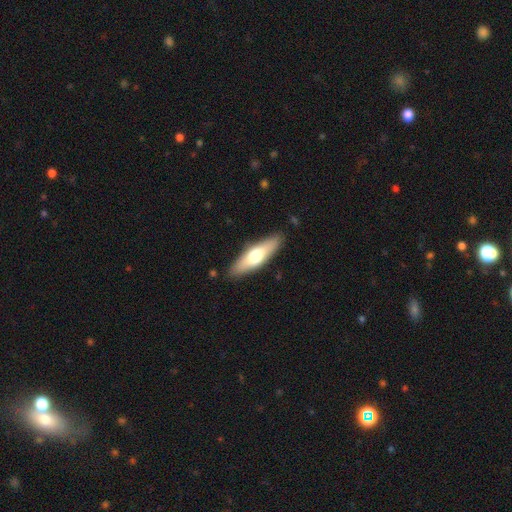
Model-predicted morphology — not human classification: Q: Smooth or featured?
A: smooth (58%); runner-up: featured or disk (37%)
Q: How rounded?
A: cigar-shaped (57%); runner-up: in between (41%)
Q: Merging?
A: none (87%); runner-up: minor disturbance (10%)